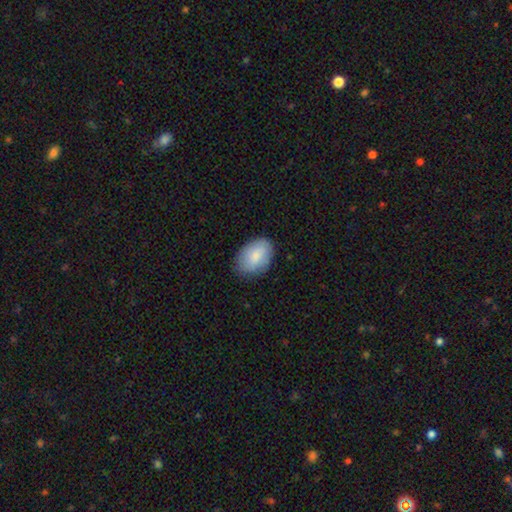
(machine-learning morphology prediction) Q: Smooth or featured?
A: smooth (84%); runner-up: featured or disk (10%)
Q: How rounded?
A: in between (87%); runner-up: round (12%)
Q: Merging?
A: none (80%); runner-up: minor disturbance (16%)